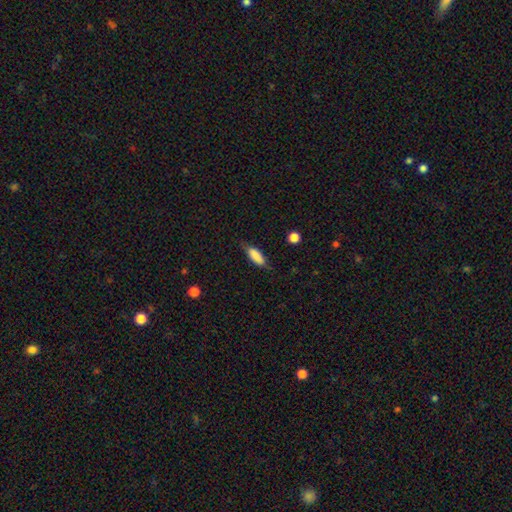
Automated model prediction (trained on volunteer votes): Smooth or featured? Predicted: smooth (p=0.82). How rounded? Predicted: in between (p=0.68). Merging? Predicted: none (p=0.71).